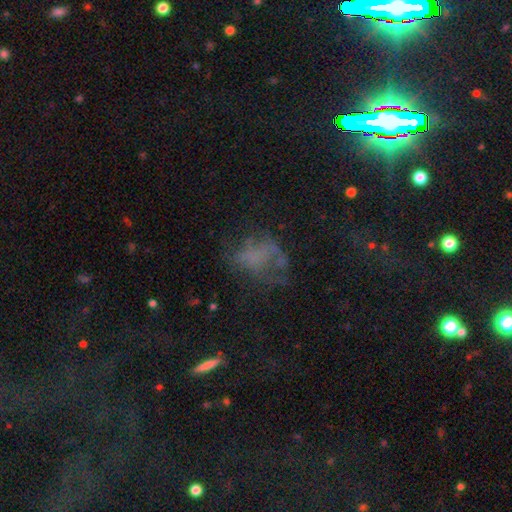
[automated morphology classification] This is marginally a featured or disk galaxy (41%). Merging: marginally none (38%, tied with major disturbance).